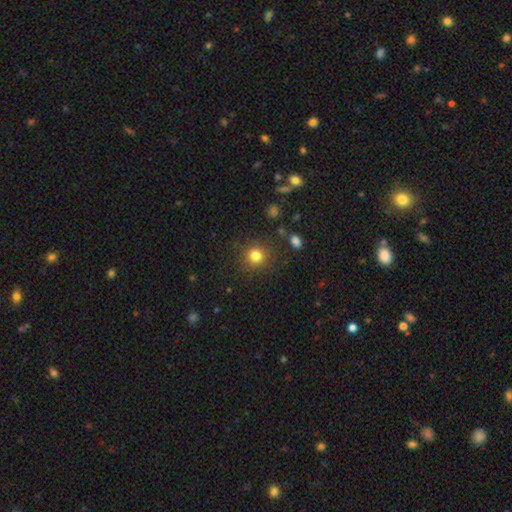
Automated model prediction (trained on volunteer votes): Smooth or featured?
  - smooth: 81% *
  - star or artifact: 13%
  - featured or disk: 6%
How rounded?
  - round: 89% *
  - in between: 10%
  - cigar-shaped: 1%
Merging?
  - none: 85% *
  - minor disturbance: 9%
  - major disturbance: 4%
  - merger: 2%